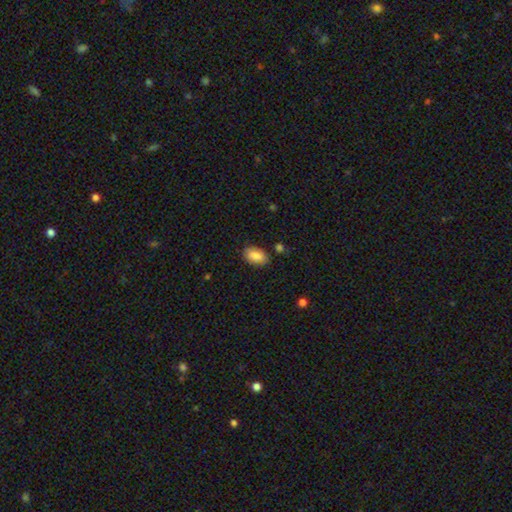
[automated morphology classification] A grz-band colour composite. It shows a smooth galaxy with no disk features (87%) that is in between round and cigar-shaped (92%). Merging: none (83%).